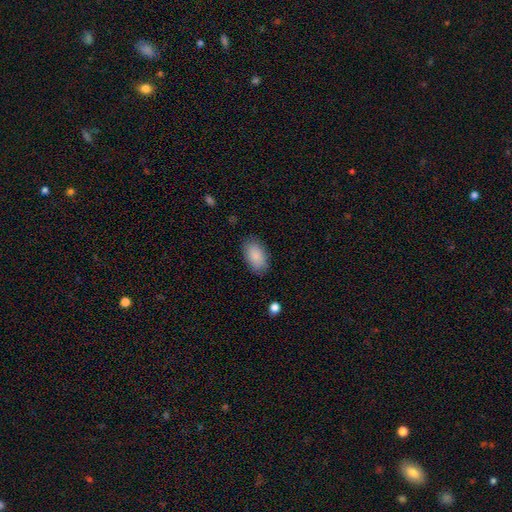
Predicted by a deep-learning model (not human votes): A smooth galaxy with no disk features (87%) that is in between round and cigar-shaped (94%).

Vote fractions:
- Smooth or featured? smooth: 87% / star or artifact: 7% / featured or disk: 6%
- How rounded? in between: 94% / round: 5% / cigar-shaped: 2%
- Merging? none: 83% / minor disturbance: 13% / major disturbance: 3% / merger: 1%